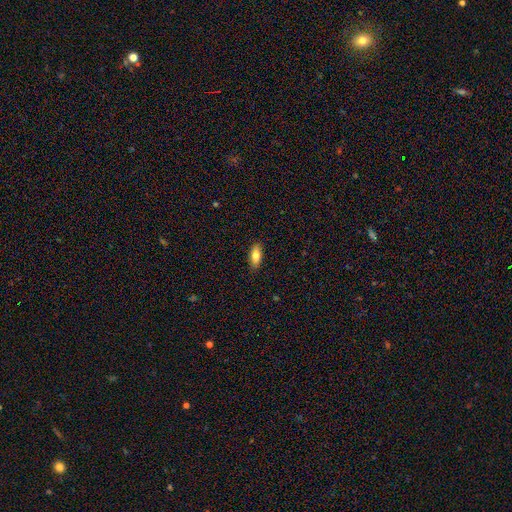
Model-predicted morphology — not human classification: smooth_or_featured: smooth (p=0.81) [alt: featured or disk p=0.13]
how_rounded: in between (p=0.83) [alt: cigar-shaped p=0.15]
merging: none (p=0.88) [alt: minor disturbance p=0.09]